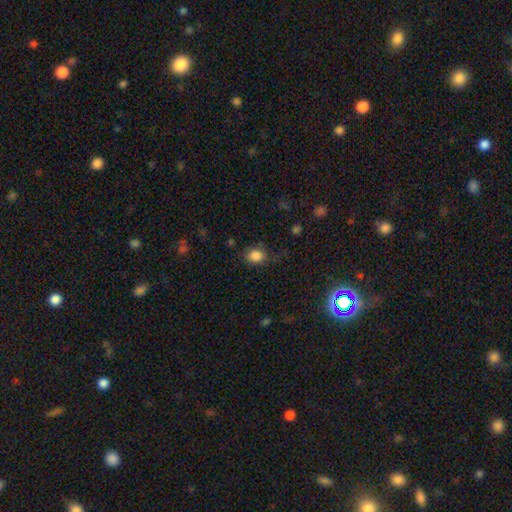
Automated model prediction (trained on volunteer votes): A smooth galaxy with no disk features (84%) that is round (55%).

Vote fractions:
- Smooth or featured? smooth: 84% / star or artifact: 10% / featured or disk: 5%
- How rounded? round: 55% / in between: 44% / cigar-shaped: 1%
- Merging? none: 68% / minor disturbance: 22% / major disturbance: 8% / merger: 2%